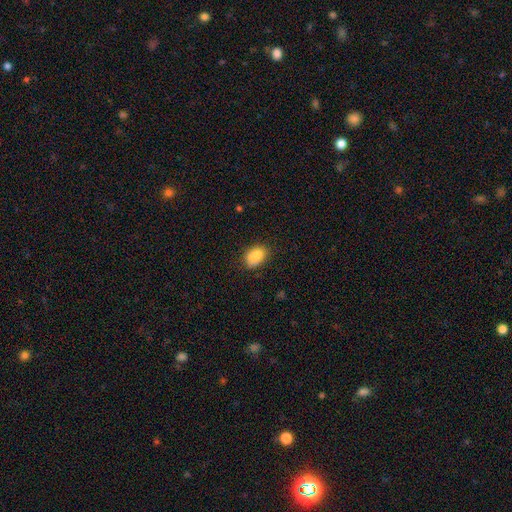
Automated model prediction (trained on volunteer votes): smooth_or_featured: smooth (p=0.79) [alt: featured or disk p=0.12]
how_rounded: in between (p=0.77) [alt: round p=0.21]
merging: none (p=0.54) [alt: minor disturbance p=0.23]